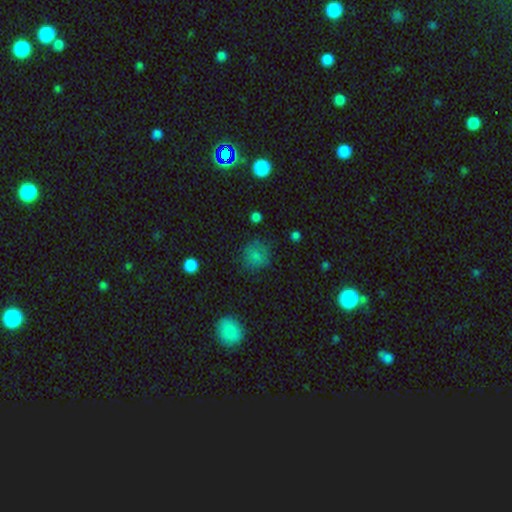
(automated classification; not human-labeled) Overall: smooth (74%). How rounded: round (82%). Merging: none (70%).